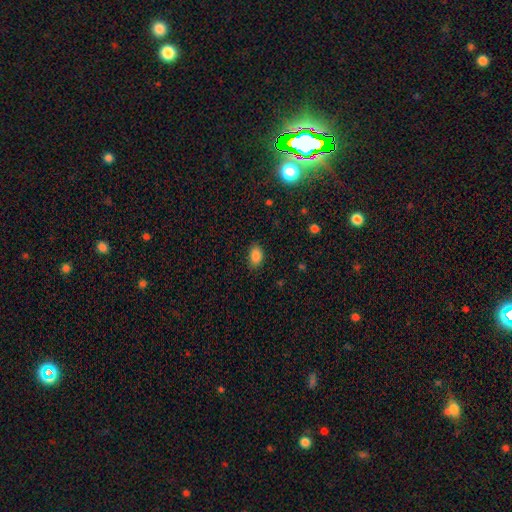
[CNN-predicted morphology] Smooth or featured: smooth — 86% (star or artifact — 9%)
How rounded: in between — 89% (round — 10%)
Merging: none — 85% (minor disturbance — 11%)